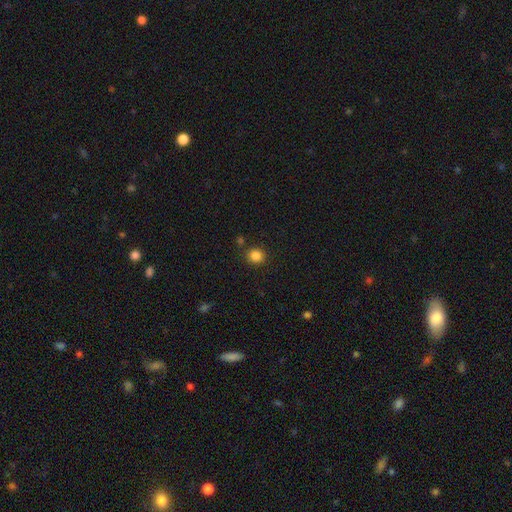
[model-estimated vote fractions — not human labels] A smooth galaxy with no disk features (85%) that is round (81%).

Vote fractions:
- Smooth or featured? smooth: 85% / star or artifact: 11% / featured or disk: 4%
- How rounded? round: 81% / in between: 18% / cigar-shaped: 1%
- Merging? none: 85% / minor disturbance: 8% / merger: 4% / major disturbance: 3%